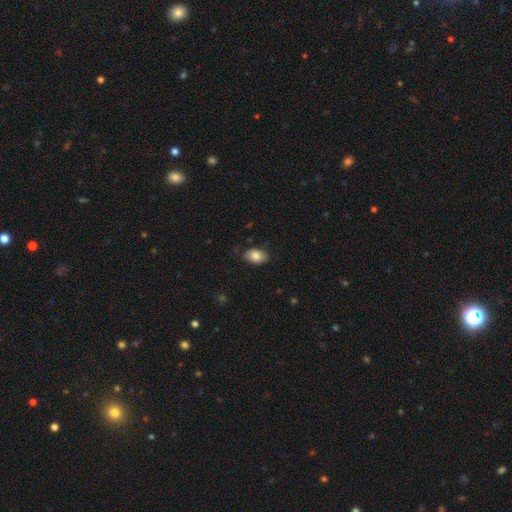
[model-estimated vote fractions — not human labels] smooth-or-featured: smooth: 82% | featured or disk: 11% | star or artifact: 8%
  how-rounded: in between: 88% | round: 11% | cigar-shaped: 1%
  merging: none: 81% | minor disturbance: 15% | major disturbance: 3% | merger: 1%